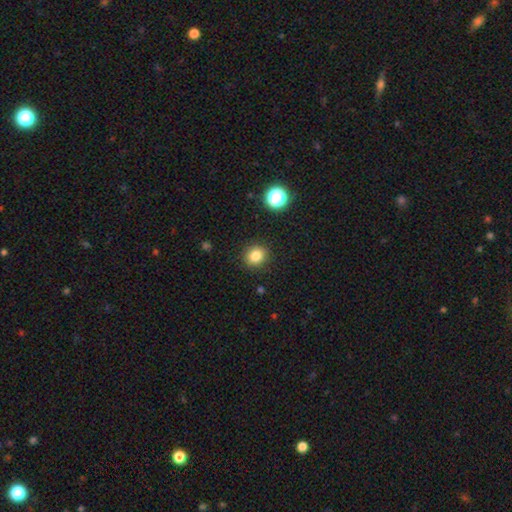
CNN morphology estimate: This is clearly a smooth galaxy (83%). How rounded: likely round (79%). Merging: clearly none (90%).